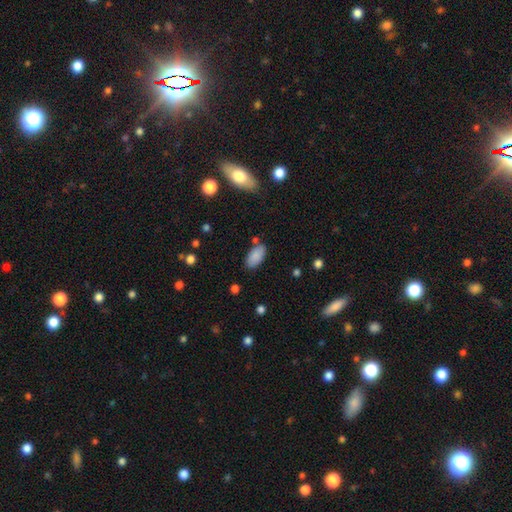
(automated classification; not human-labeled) The model was most divided on "merging": none: 77%, minor disturbance: 14%, merger: 5%, major disturbance: 4%. More confident: how rounded — in between (94%); smooth or featured — smooth (87%).